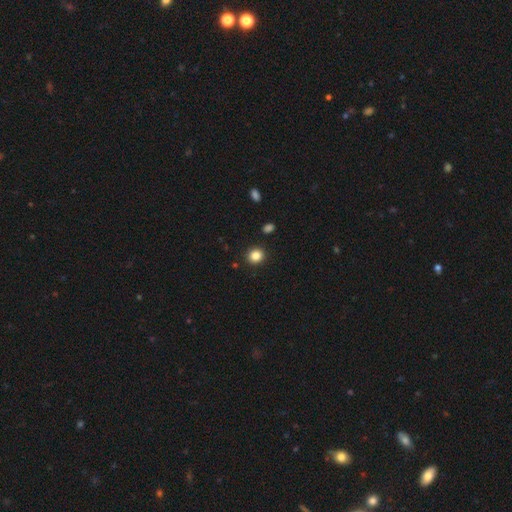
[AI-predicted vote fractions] Smooth or featured? Predicted: smooth (p=0.85). How rounded? Predicted: round (p=0.80). Merging? Predicted: none (p=0.91).